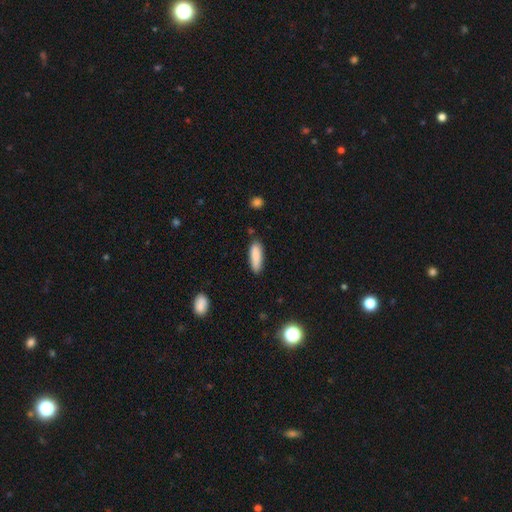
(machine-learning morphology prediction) A smooth galaxy with no disk features (87%) that is in between round and cigar-shaped (51%).

Vote fractions:
- Smooth or featured? smooth: 87% / featured or disk: 7% / star or artifact: 6%
- How rounded? in between: 51% / cigar-shaped: 47% / round: 2%
- Merging? none: 82% / minor disturbance: 13% / merger: 2% / major disturbance: 2%